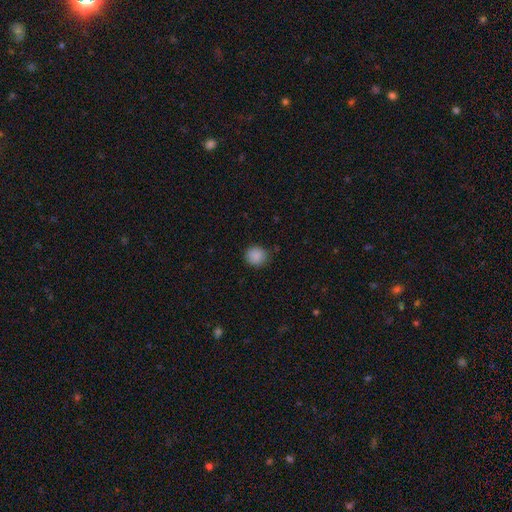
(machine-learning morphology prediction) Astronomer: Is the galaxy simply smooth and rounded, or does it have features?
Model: smooth — 89%.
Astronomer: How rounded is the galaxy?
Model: round — 90%.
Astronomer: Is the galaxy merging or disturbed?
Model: none — 86%.